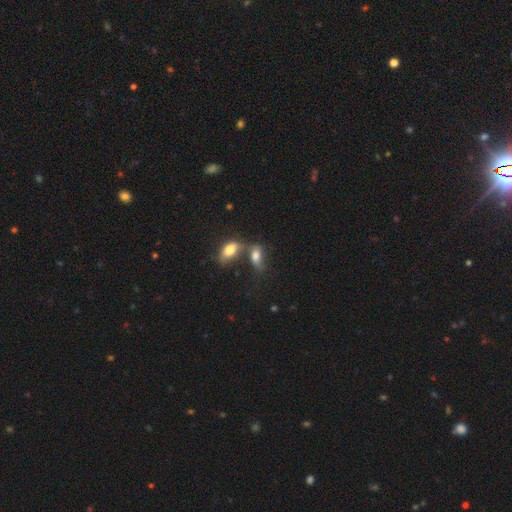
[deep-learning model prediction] Smooth or featured?
  - smooth: 71% *
  - featured or disk: 18%
  - star or artifact: 11%
How rounded?
  - in between: 85% *
  - cigar-shaped: 8%
  - round: 7%
Merging?
  - merger: 55% *
  - none: 26%
  - minor disturbance: 11%
  - major disturbance: 8%